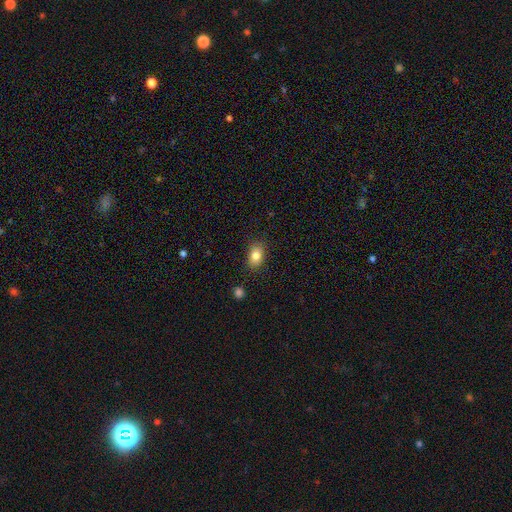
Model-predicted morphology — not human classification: A smooth galaxy with no disk features (83%) that is in between round and cigar-shaped (82%). Merging: none (85%).